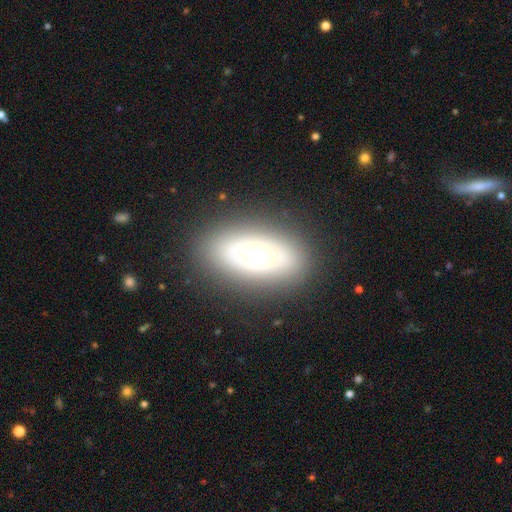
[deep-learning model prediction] A smooth galaxy with no disk features (48%).

Vote fractions:
- Smooth or featured? smooth: 48% / featured or disk: 41% / star or artifact: 11%
- Merging? none: 85% / minor disturbance: 10% / major disturbance: 5% / merger: 1%